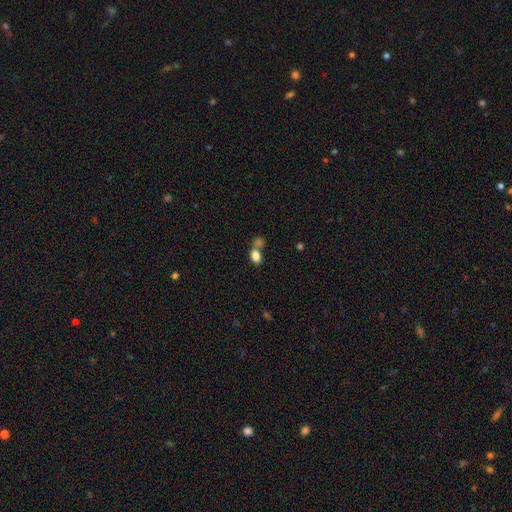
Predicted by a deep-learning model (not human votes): Overall: smooth (82%). How rounded: in between (83%). Merging: none (42%, tied with merger).